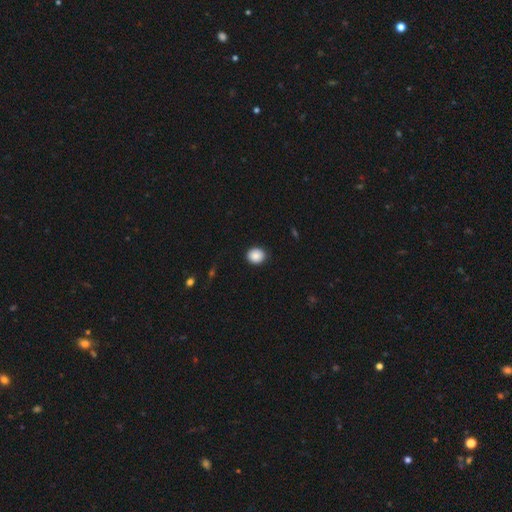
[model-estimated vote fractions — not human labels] Morphology: type=smooth (88%); roundness=round (76%); merging=none (90%).